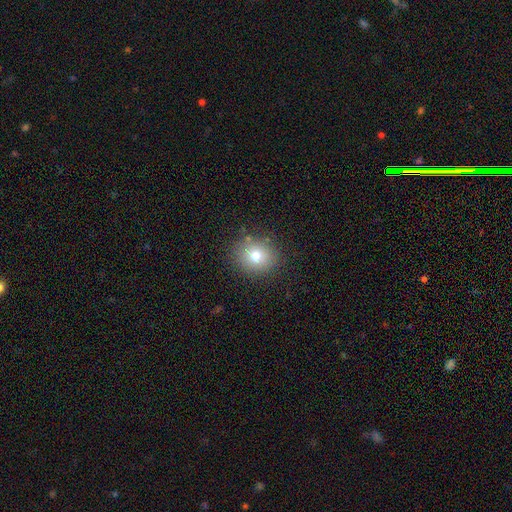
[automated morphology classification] smooth 75%, star or artifact 13%, featured or disk 12%. Down the decision tree: how rounded — round (76%); merging — none (85%).